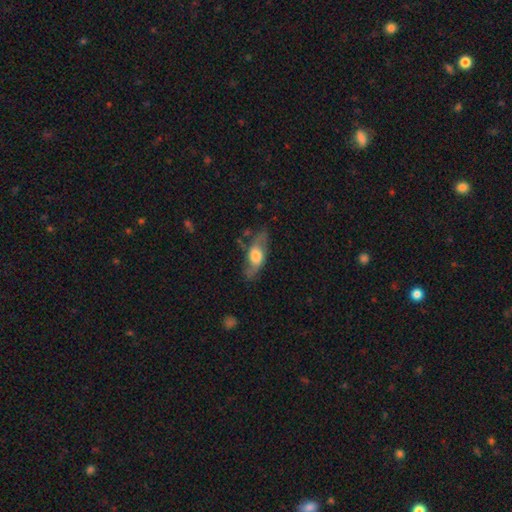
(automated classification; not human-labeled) Smooth or featured? smooth (47%)
Merging? none (65%)